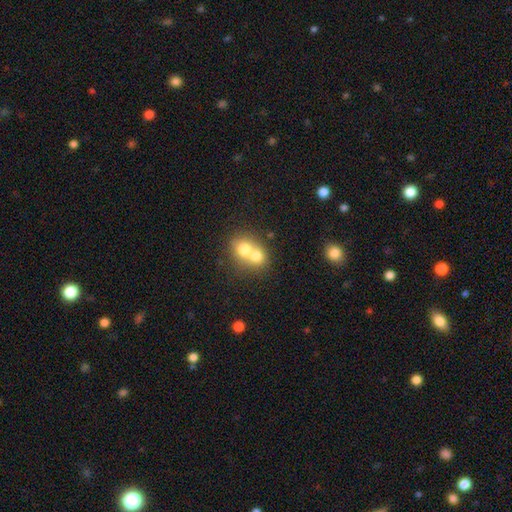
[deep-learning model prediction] This appears to be a smooth galaxy with no disk features (70%) that is round (68%). Merging: merger (74%).